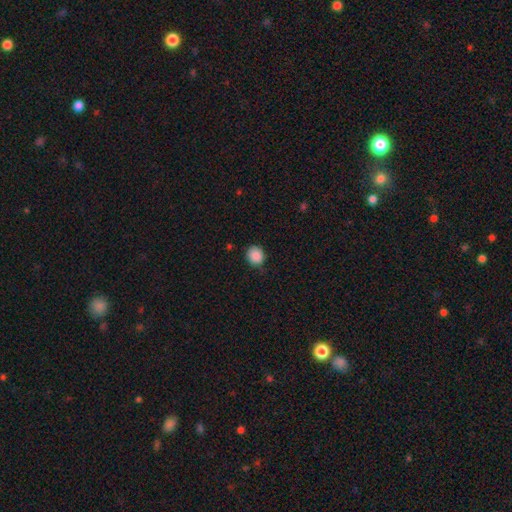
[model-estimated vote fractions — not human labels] smooth-or-featured: smooth: 88% | star or artifact: 9% | featured or disk: 3%
  how-rounded: round: 83% | in between: 16% | cigar-shaped: 1%
  merging: none: 78% | minor disturbance: 17% | major disturbance: 3% | merger: 1%